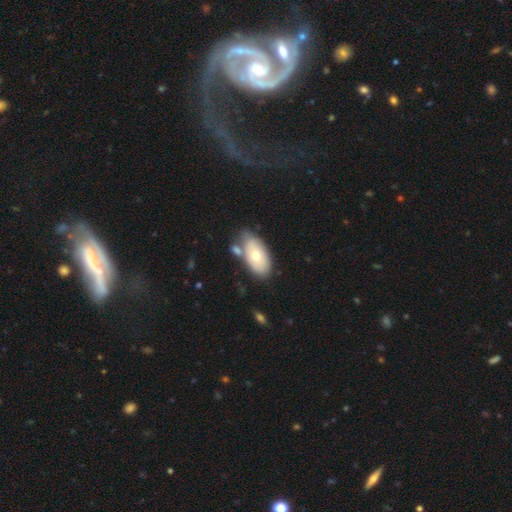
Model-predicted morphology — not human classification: Q: Smooth or featured?
A: smooth (63%); runner-up: featured or disk (30%)
Q: How rounded?
A: in between (93%); runner-up: round (4%)
Q: Merging?
A: none (58%); runner-up: minor disturbance (19%)